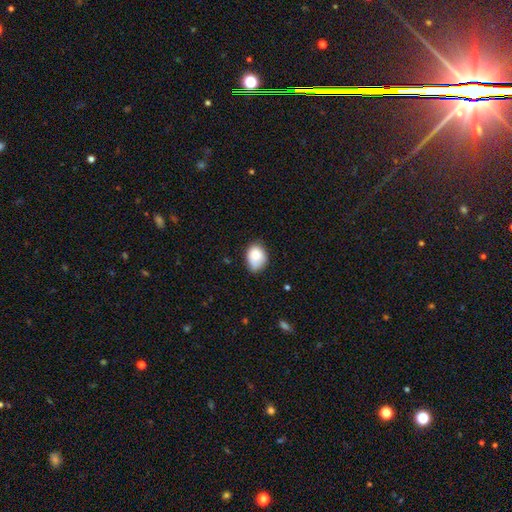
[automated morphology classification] smooth_or_featured: smooth (p=0.81) [alt: featured or disk p=0.11]
how_rounded: in between (p=0.62) [alt: round p=0.37]
merging: none (p=0.51) [alt: minor disturbance p=0.37]